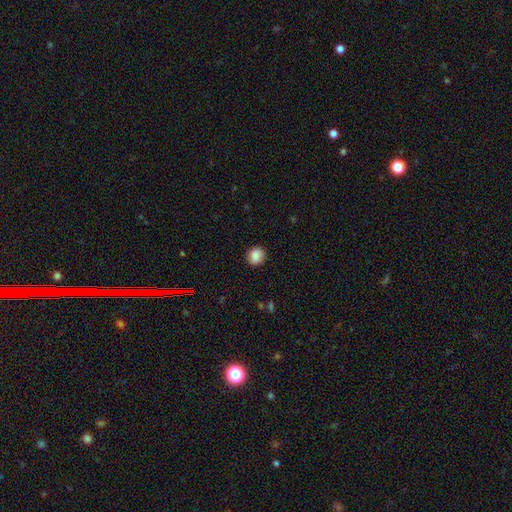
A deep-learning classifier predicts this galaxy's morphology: A smooth galaxy with no disk features (87%) that is round (83%).

Vote fractions:
- Smooth or featured? smooth: 87% / star or artifact: 9% / featured or disk: 4%
- How rounded? round: 83% / in between: 16% / cigar-shaped: 1%
- Merging? none: 89% / minor disturbance: 8% / major disturbance: 2% / merger: 1%